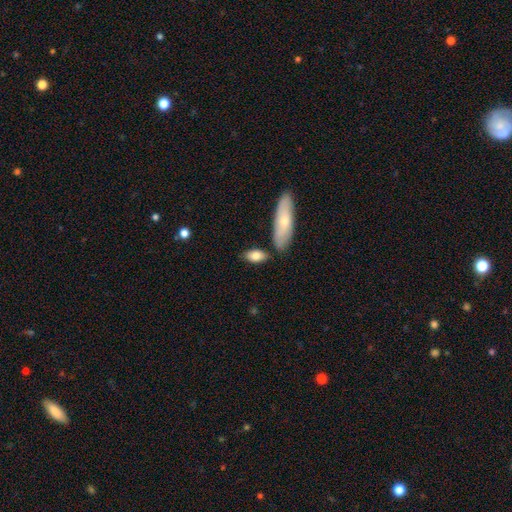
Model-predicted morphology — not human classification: This is clearly a smooth galaxy (80%). How rounded: clearly in between (84%). Merging: likely none (71%).